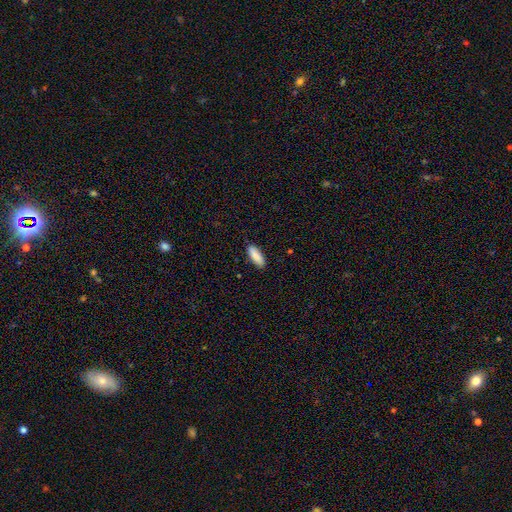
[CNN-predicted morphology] Smooth or featured: smooth — 90% (star or artifact — 6%)
How rounded: in between — 63% (cigar-shaped — 36%)
Merging: none — 89% (minor disturbance — 9%)